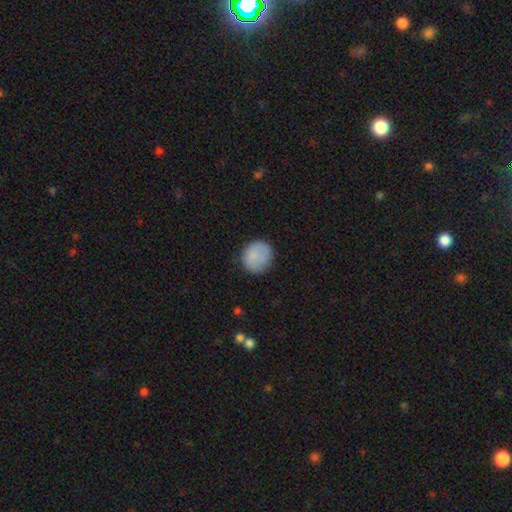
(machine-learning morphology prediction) This appears to be a smooth galaxy with no disk features (84%) that is round (81%). Merging: none (77%).